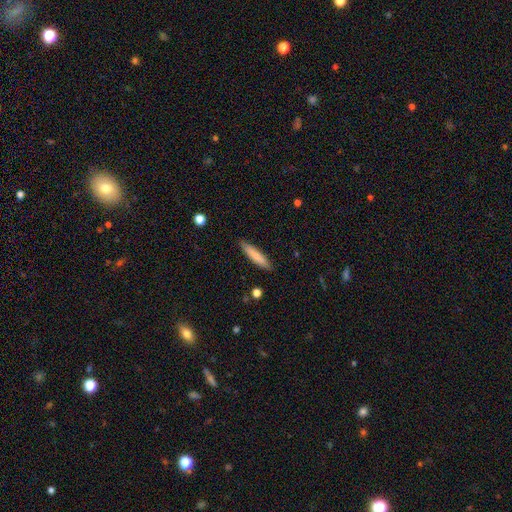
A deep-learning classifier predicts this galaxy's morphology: The model was most divided on "smooth or featured": smooth: 79%, featured or disk: 15%, star or artifact: 6%. More confident: merging — none (89%); how rounded — cigar-shaped (87%).